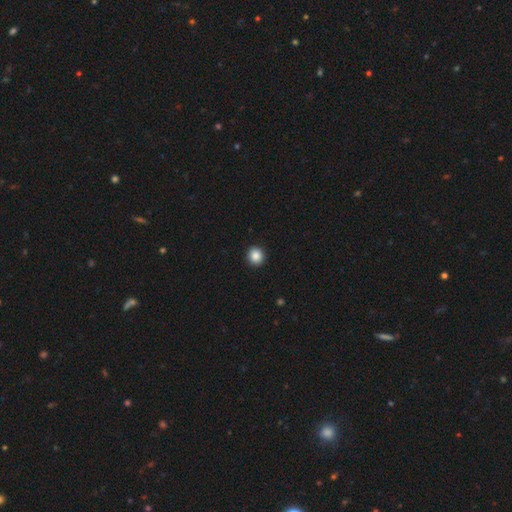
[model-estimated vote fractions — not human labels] smooth 87%, star or artifact 9%, featured or disk 4%. Down the decision tree: how rounded — round (92%); merging — none (93%).